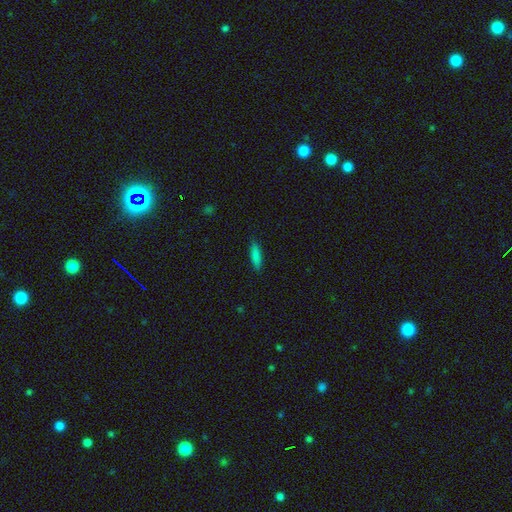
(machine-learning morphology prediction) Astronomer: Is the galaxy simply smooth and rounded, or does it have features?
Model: smooth — 84%.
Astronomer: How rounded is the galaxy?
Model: cigar-shaped — 63%.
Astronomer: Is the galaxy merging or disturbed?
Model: none — 87%.